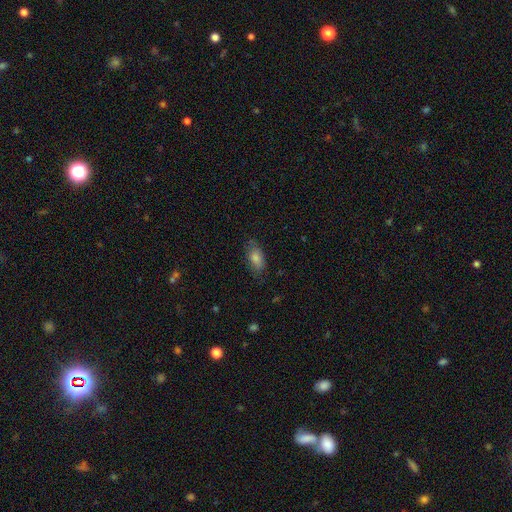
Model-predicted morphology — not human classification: smooth 60%, featured or disk 22%, star or artifact 18%. Down the decision tree: how rounded — in between (81%); merging — none (80%).